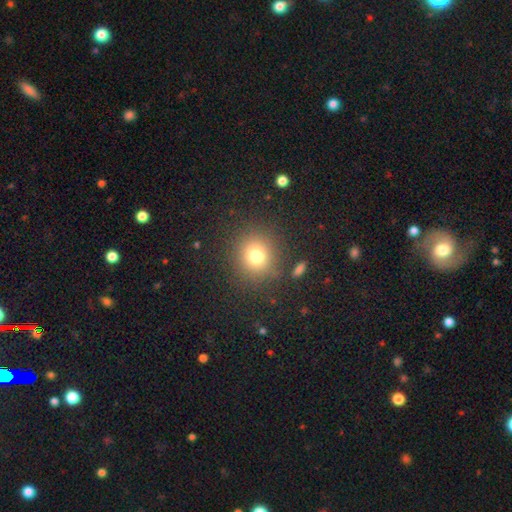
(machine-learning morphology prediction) smooth_or_featured: smooth (p=0.75) [alt: star or artifact p=0.16]
how_rounded: round (p=0.89) [alt: in between p=0.10]
merging: none (p=0.86) [alt: minor disturbance p=0.08]